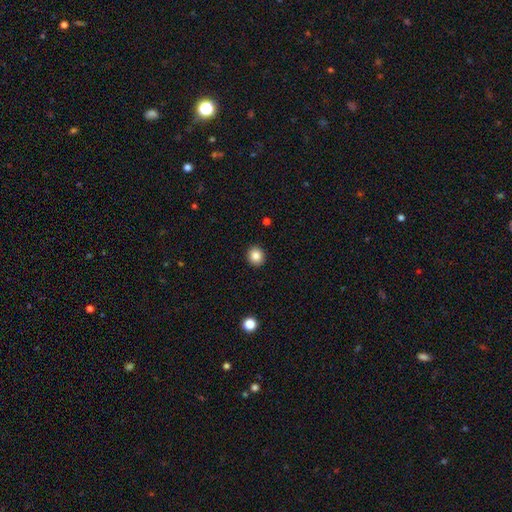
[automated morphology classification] Smooth or featured? Predicted: smooth (p=0.85). How rounded? Predicted: round (p=0.87). Merging? Predicted: none (p=0.92).